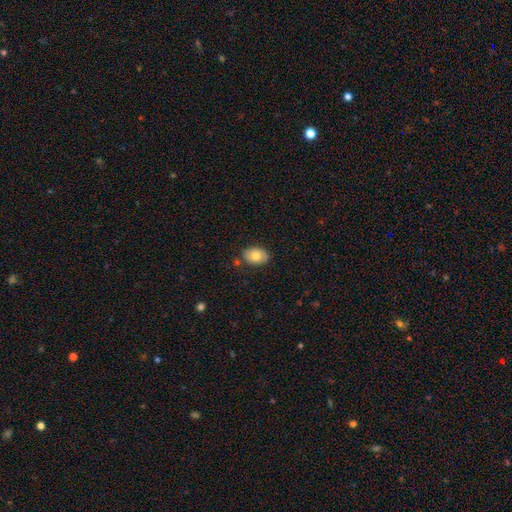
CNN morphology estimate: type=smooth (77%); roundness=in between (85%); merging=none (82%).